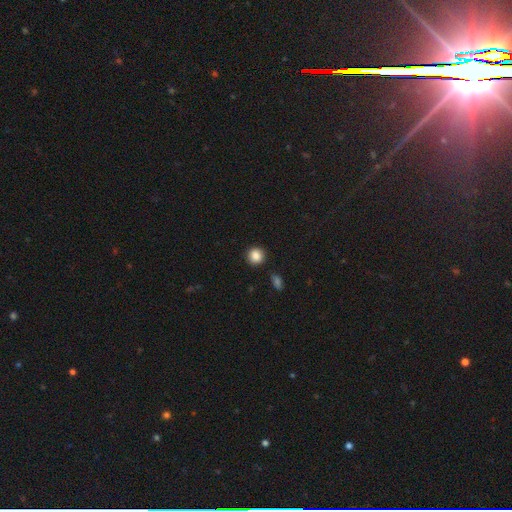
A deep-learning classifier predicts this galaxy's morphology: Smooth or featured: smooth — 86% (star or artifact — 10%)
How rounded: round — 92% (in between — 7%)
Merging: none — 89% (minor disturbance — 7%)